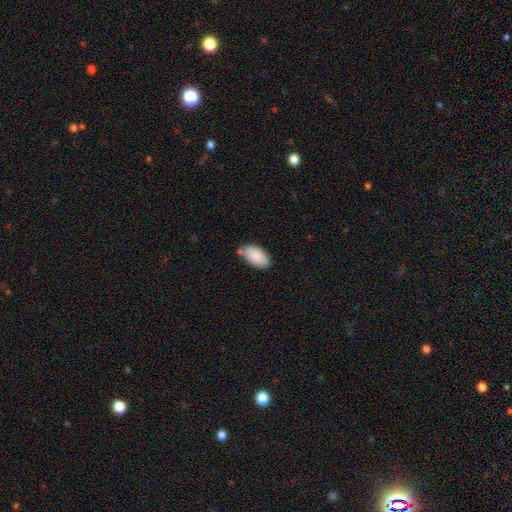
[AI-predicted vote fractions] Smooth or featured: smooth — 87% (featured or disk — 6%)
How rounded: in between — 95% (round — 3%)
Merging: none — 65% (minor disturbance — 22%)